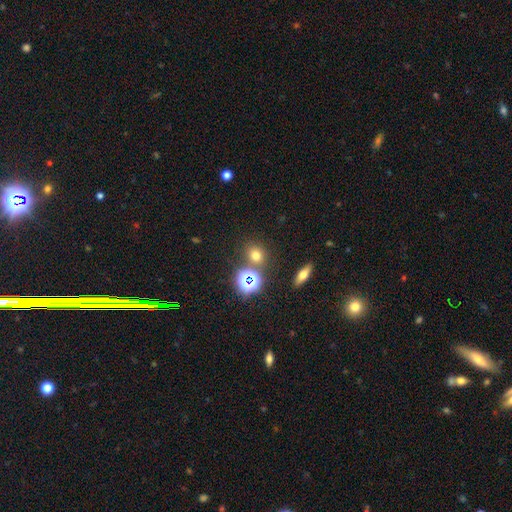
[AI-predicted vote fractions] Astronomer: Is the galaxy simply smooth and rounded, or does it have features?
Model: smooth — 65%.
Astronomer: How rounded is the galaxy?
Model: round — 76%.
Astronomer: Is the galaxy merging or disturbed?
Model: none — 78%.